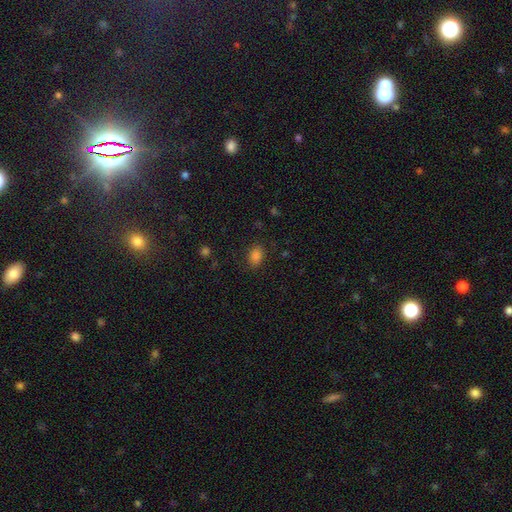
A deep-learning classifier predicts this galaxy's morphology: Smooth or featured?
  - smooth: 84% *
  - star or artifact: 12%
  - featured or disk: 5%
How rounded?
  - in between: 73% *
  - round: 26%
  - cigar-shaped: 1%
Merging?
  - none: 83% *
  - minor disturbance: 12%
  - major disturbance: 4%
  - merger: 1%